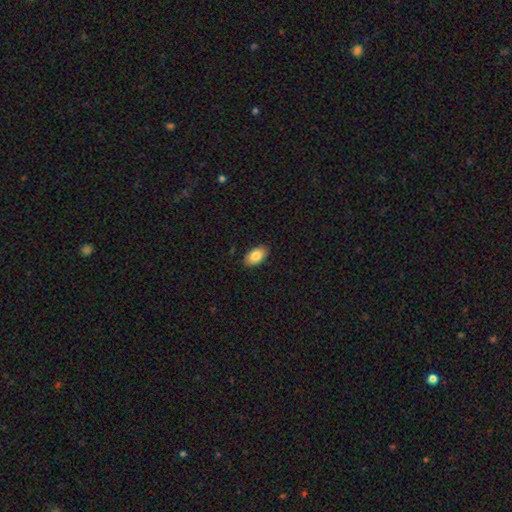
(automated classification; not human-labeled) Q: Smooth or featured?
A: smooth (85%); runner-up: featured or disk (9%)
Q: How rounded?
A: in between (94%); runner-up: round (5%)
Q: Merging?
A: none (89%); runner-up: minor disturbance (9%)